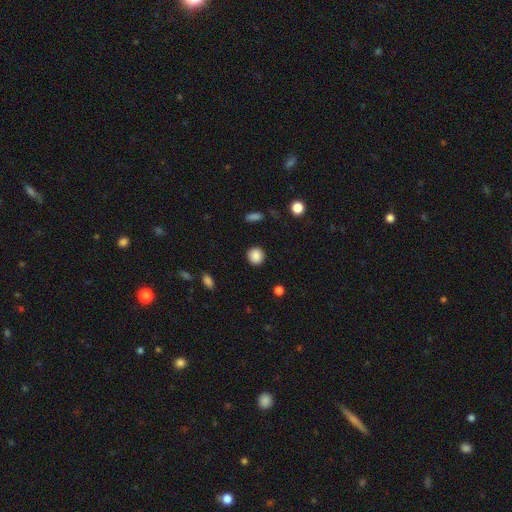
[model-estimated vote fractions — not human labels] Smooth or featured? smooth (88%)
How rounded? round (90%)
Merging? none (91%)